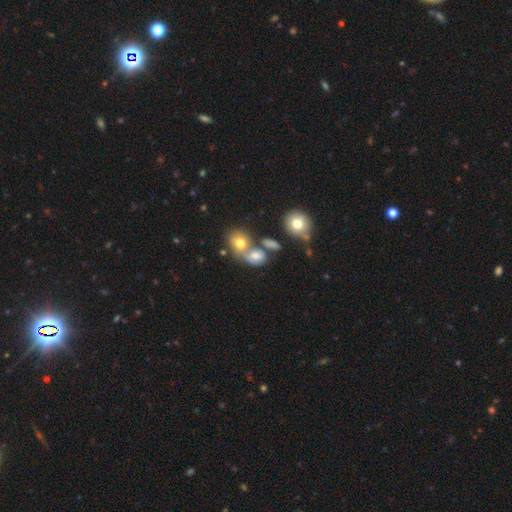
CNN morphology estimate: Smooth or featured? Predicted: smooth (p=0.63). How rounded? Predicted: in between (p=0.53). Merging? Predicted: merger (p=0.47).